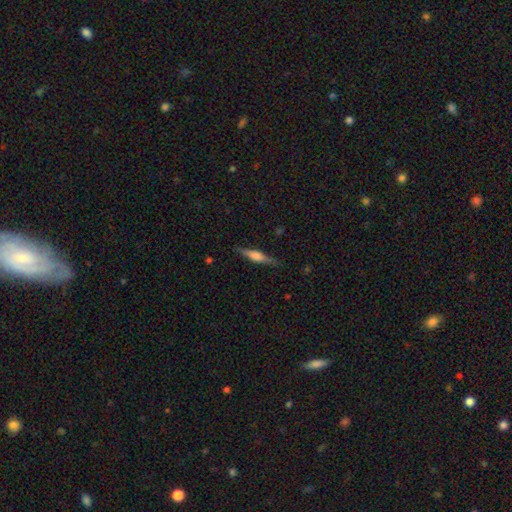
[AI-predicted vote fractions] Smooth or featured? featured or disk (58%)
Edge-on disk? yes (97%)
Edge-on bulge? rounded (67%)
Merging? none (86%)